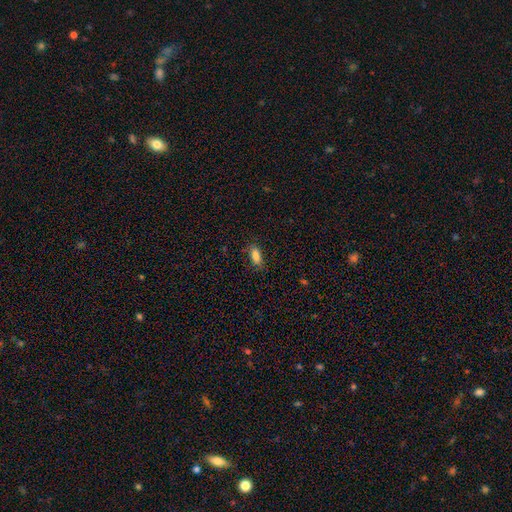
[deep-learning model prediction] Smooth or featured? smooth (84%)
How rounded? in between (82%)
Merging? none (81%)